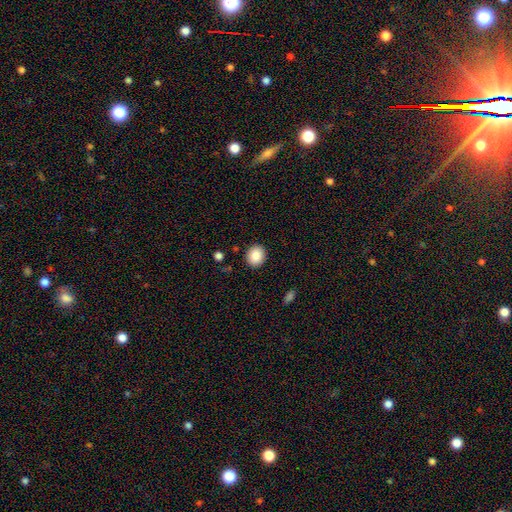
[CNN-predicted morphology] smooth-or-featured: smooth: 87% | star or artifact: 8% | featured or disk: 5%
  how-rounded: round: 72% | in between: 27% | cigar-shaped: 1%
  merging: none: 90% | minor disturbance: 6% | major disturbance: 2% | merger: 1%